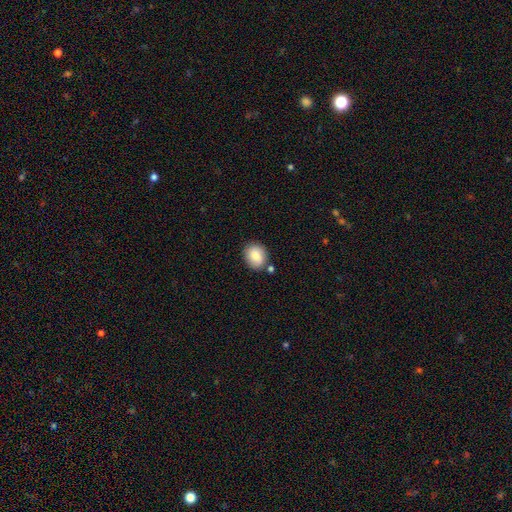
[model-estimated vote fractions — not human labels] Morphology: type=smooth (82%); roundness=round (62%); merging=none (79%).